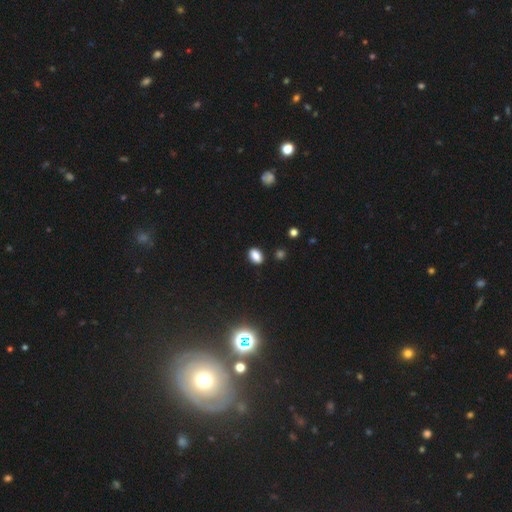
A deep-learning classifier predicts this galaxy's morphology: Smooth or featured: smooth — 85% (star or artifact — 11%)
How rounded: in between — 87% (round — 11%)
Merging: none — 86% (minor disturbance — 10%)